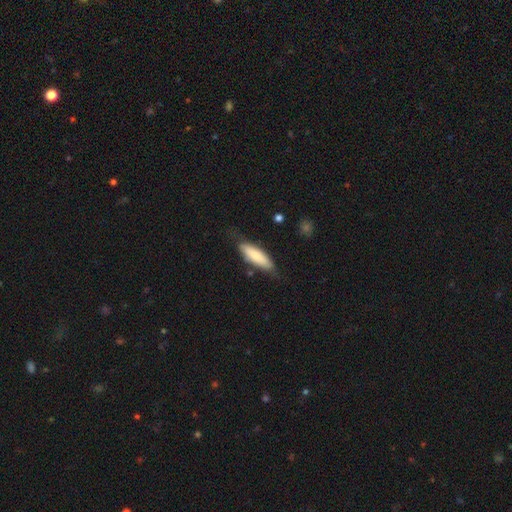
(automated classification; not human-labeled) This is likely a smooth galaxy (76%). How rounded: possibly in between (51%). Merging: likely none (68%).